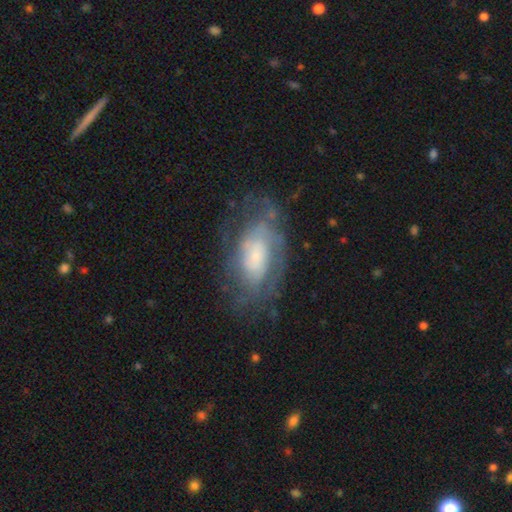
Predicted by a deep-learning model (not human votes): A featured or disk galaxy (68%) with no bar (68%), spiral arms (77%) and a small central bulge (41%).

Vote fractions:
- Smooth or featured? featured or disk: 68% / smooth: 24% / star or artifact: 8%
- Edge-on disk? no: 94% / yes: 6%
- Bar? no: 68% / weak: 26% / strong: 7%
- Spiral arms? yes: 77% / no: 23%
- Bulge size? small: 41% / moderate: 28% / large: 19% / none: 9% / dominant: 3%
- Merging? none: 62% / minor disturbance: 22% / major disturbance: 15% / merger: 2%